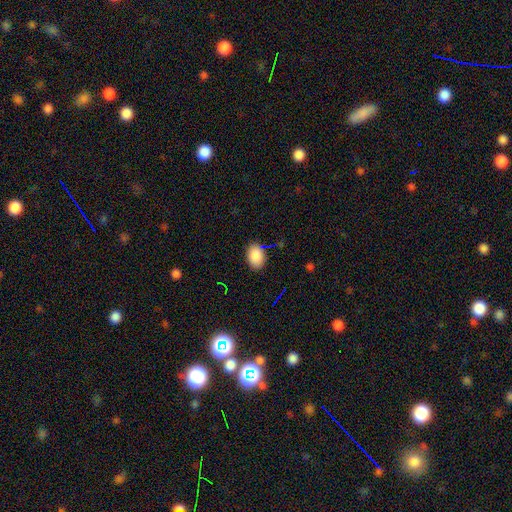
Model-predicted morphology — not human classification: Smooth or featured? smooth (88%)
How rounded? in between (82%)
Merging? none (84%)